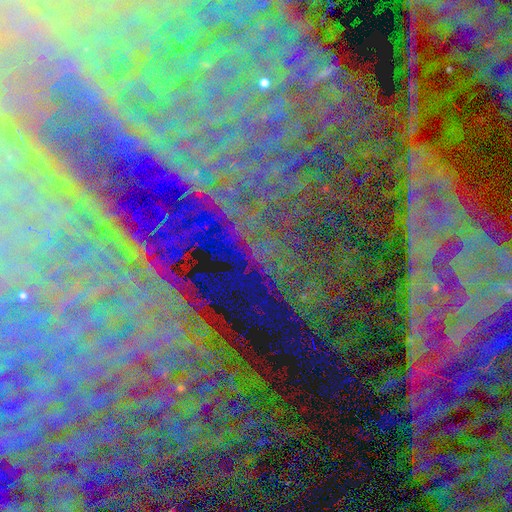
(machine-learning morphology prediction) star or artifact 82%, featured or disk 11%, smooth 7%.